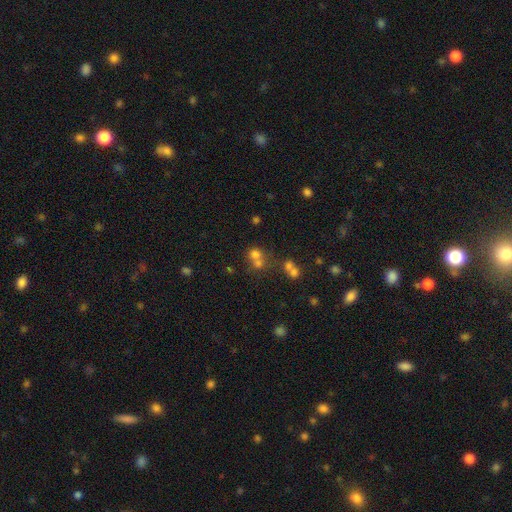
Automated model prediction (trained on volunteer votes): This is likely a smooth galaxy (64%). How rounded: likely round (79%). Merging: possibly merger (51%).